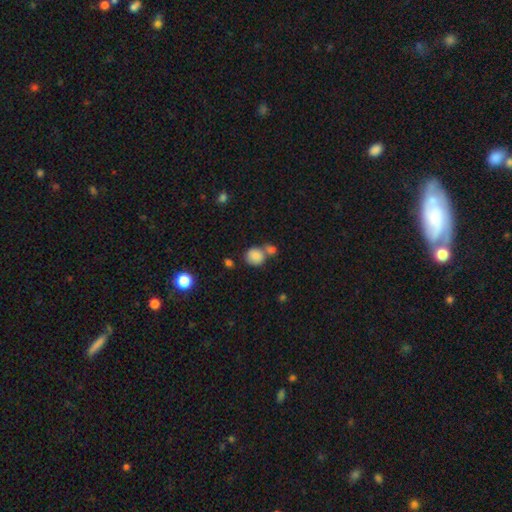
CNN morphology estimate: A smooth galaxy with no disk features (84%) that is round (73%).

Vote fractions:
- Smooth or featured? smooth: 84% / star or artifact: 9% / featured or disk: 7%
- How rounded? round: 73% / in between: 26% / cigar-shaped: 1%
- Merging? none: 44% / merger: 40% / minor disturbance: 12% / major disturbance: 5%